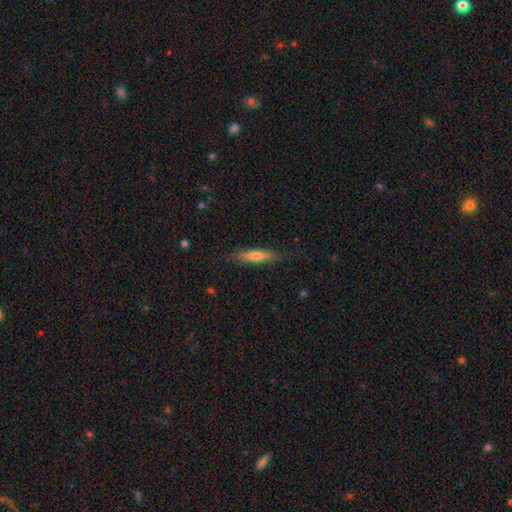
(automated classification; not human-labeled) Smooth or featured: smooth — 61% (featured or disk — 32%)
How rounded: cigar-shaped — 86% (in between — 12%)
Merging: none — 83% (minor disturbance — 13%)